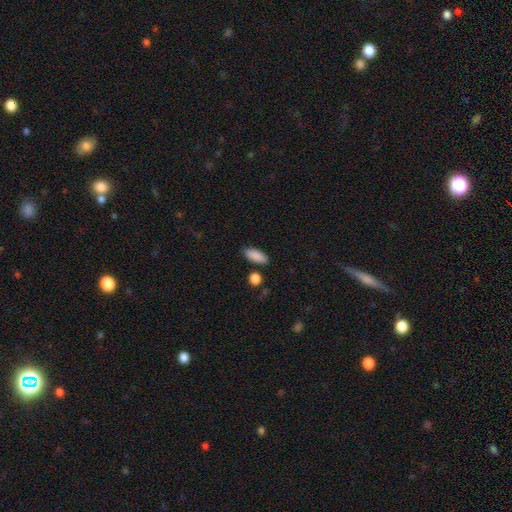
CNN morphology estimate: Q: Smooth or featured?
A: smooth (89%); runner-up: star or artifact (7%)
Q: How rounded?
A: in between (82%); runner-up: cigar-shaped (15%)
Q: Merging?
A: none (85%); runner-up: minor disturbance (9%)